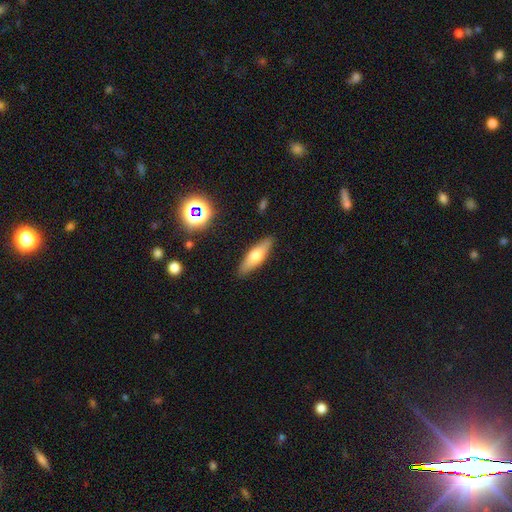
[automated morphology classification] The model was most divided on "how rounded": cigar-shaped: 51%, in between: 46%, round: 2%. More confident: merging — none (88%); smooth or featured — smooth (59%).